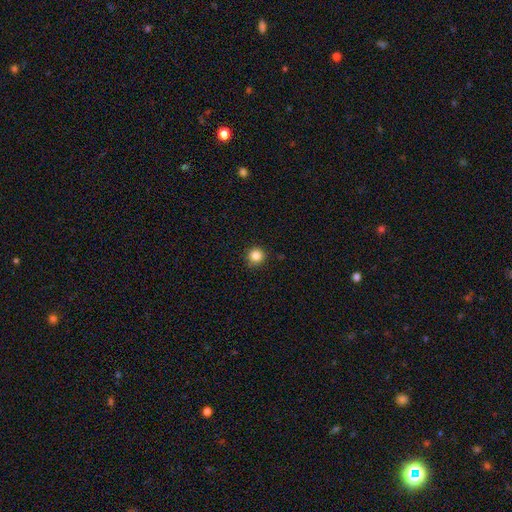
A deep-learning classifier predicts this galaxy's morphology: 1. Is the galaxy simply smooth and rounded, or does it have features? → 84% smooth, 11% star or artifact, 4% featured or disk.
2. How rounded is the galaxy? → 95% round, 4% in between, 1% cigar-shaped.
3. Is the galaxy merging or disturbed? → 90% none, 7% minor disturbance, 2% major disturbance, 1% merger.